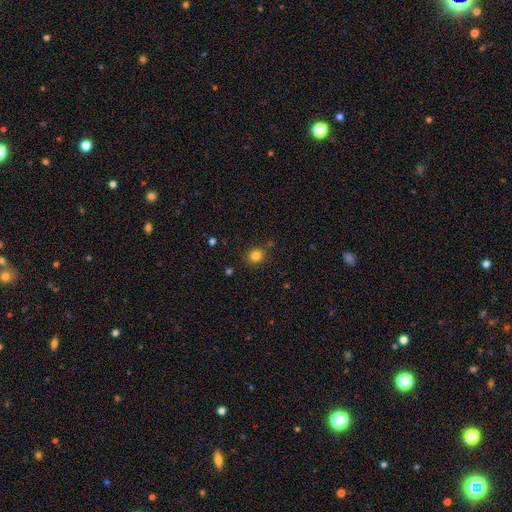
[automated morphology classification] Smooth or featured: smooth — 82% (star or artifact — 13%)
How rounded: round — 82% (in between — 17%)
Merging: none — 86% (minor disturbance — 9%)